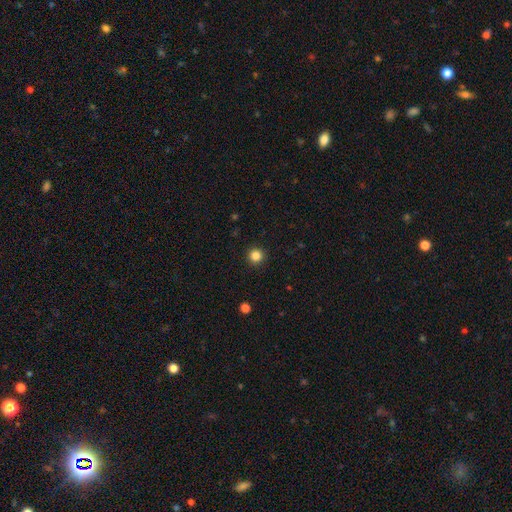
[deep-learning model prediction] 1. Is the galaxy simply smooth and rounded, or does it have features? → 84% smooth, 12% star or artifact, 4% featured or disk.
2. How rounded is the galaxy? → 96% round, 3% in between, 1% cigar-shaped.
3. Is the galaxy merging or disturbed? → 93% none, 5% minor disturbance, 2% major disturbance, 1% merger.